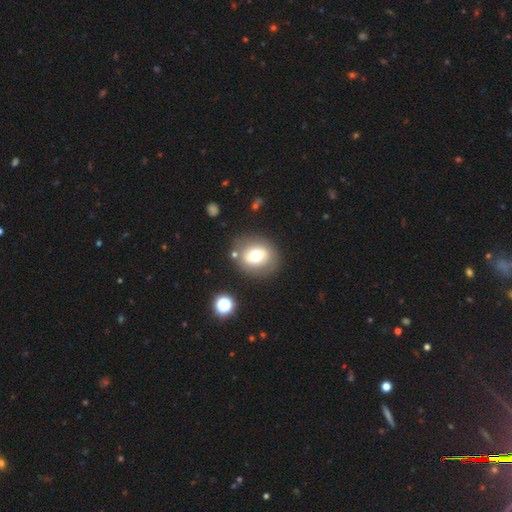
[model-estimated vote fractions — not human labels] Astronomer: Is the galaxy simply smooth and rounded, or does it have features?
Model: smooth — 59%.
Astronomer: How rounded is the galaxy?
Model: round — 64%.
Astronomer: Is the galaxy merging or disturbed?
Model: none — 79%.